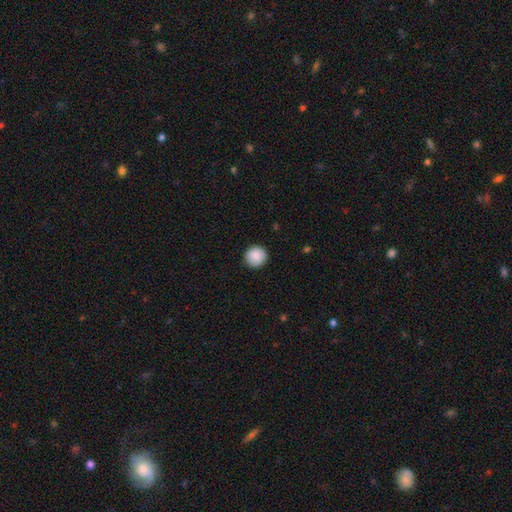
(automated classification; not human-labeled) Smooth or featured?
  - smooth: 88% *
  - star or artifact: 7%
  - featured or disk: 4%
How rounded?
  - round: 94% *
  - in between: 5%
  - cigar-shaped: 1%
Merging?
  - none: 91% *
  - minor disturbance: 6%
  - major disturbance: 2%
  - merger: 1%